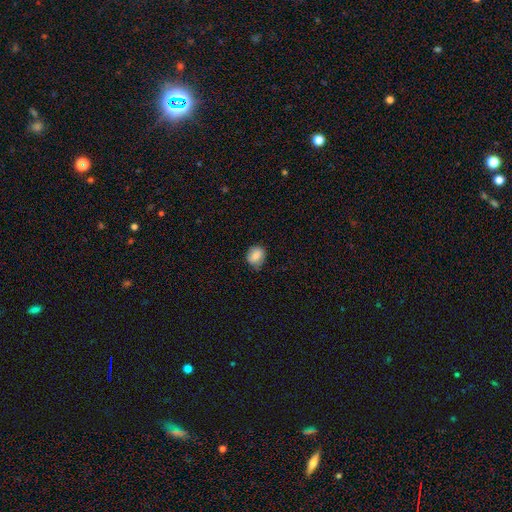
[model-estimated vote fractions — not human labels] The model was most divided on "how rounded": round: 58%, in between: 40%, cigar-shaped: 1%. More confident: smooth or featured — smooth (80%); merging — none (70%).